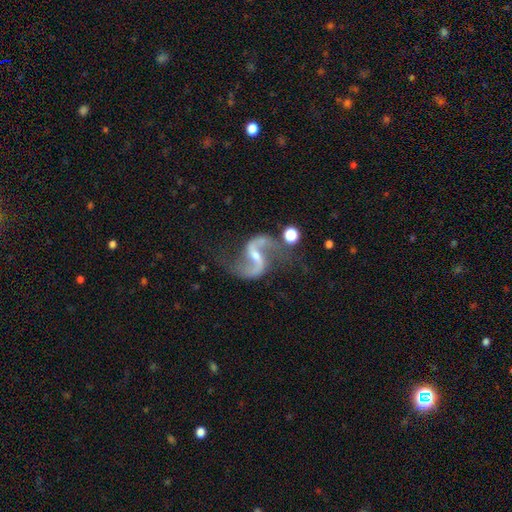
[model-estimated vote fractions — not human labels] smooth_or_featured: featured or disk (p=0.92) [alt: star or artifact p=0.05]
disk_edge_on: no (p=0.98) [alt: yes p=0.02]
bar: strong (p=0.42) [alt: weak p=0.39]
has_spiral_arms: yes (p=0.98) [alt: no p=0.02]
spiral_winding: loose (p=0.74) [alt: medium p=0.22]
spiral_arm_count: 2 (p=0.94) [alt: 1 p=0.02]
bulge_size: small (p=0.60) [alt: moderate p=0.32]
merging: none (p=0.69) [alt: minor disturbance p=0.15]